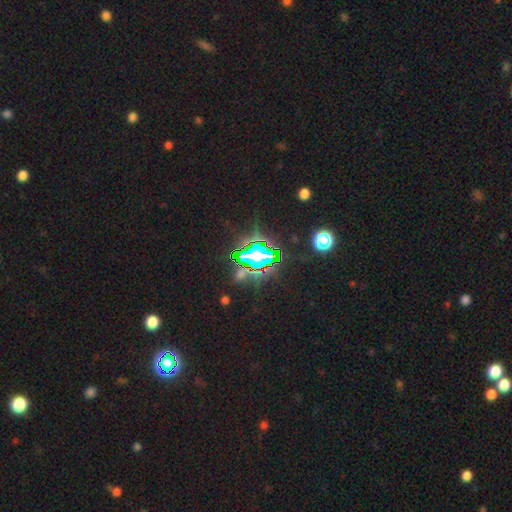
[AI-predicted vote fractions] smooth_or_featured: star or artifact (p=0.73) [alt: smooth p=0.16]